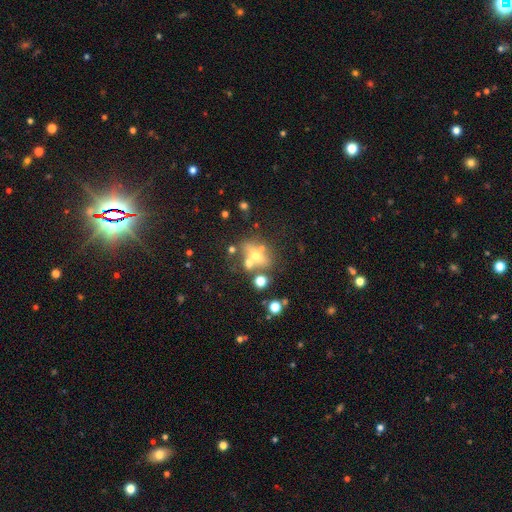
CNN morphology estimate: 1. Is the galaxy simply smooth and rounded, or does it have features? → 49% smooth, 34% featured or disk, 17% star or artifact.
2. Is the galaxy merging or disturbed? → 48% none, 31% merger, 13% minor disturbance, 8% major disturbance.